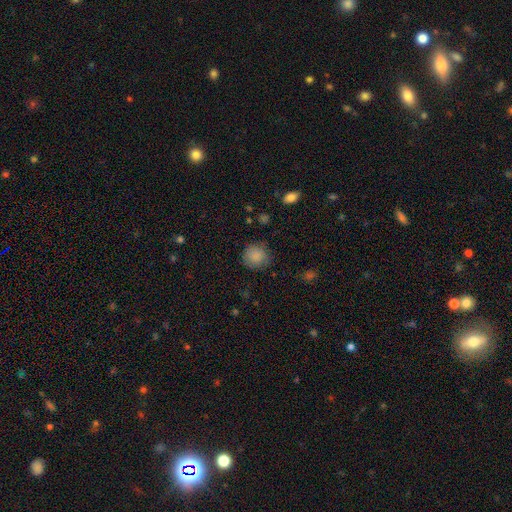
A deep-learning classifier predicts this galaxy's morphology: This appears to be a smooth galaxy with no disk features (86%) that is round (90%). Merging: none (80%).